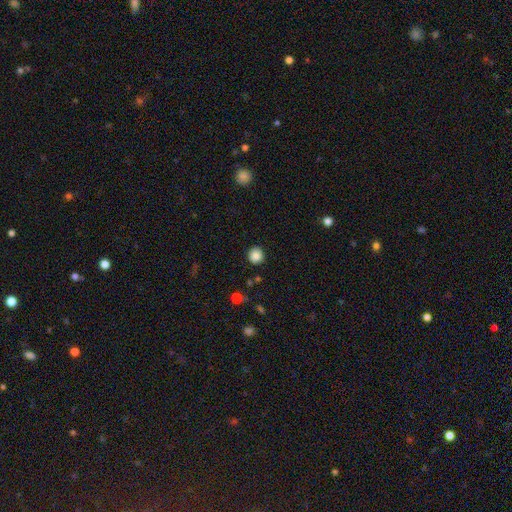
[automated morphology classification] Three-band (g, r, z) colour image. It shows a smooth galaxy with no disk features (86%) that is round (91%). Merging: none (90%).